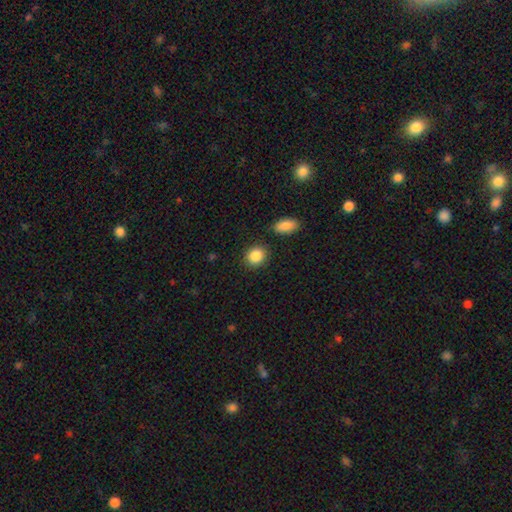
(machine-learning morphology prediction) Smooth or featured? Predicted: smooth (p=0.88). How rounded? Predicted: round (p=0.66). Merging? Predicted: none (p=0.84).